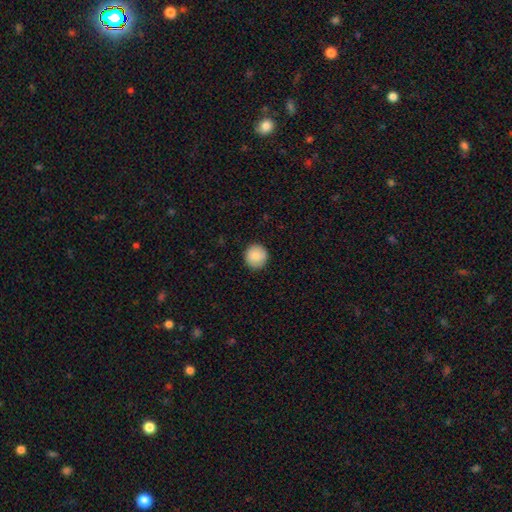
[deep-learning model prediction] This appears to be a smooth galaxy with no disk features (87%) that is round (94%). Merging: none (91%).